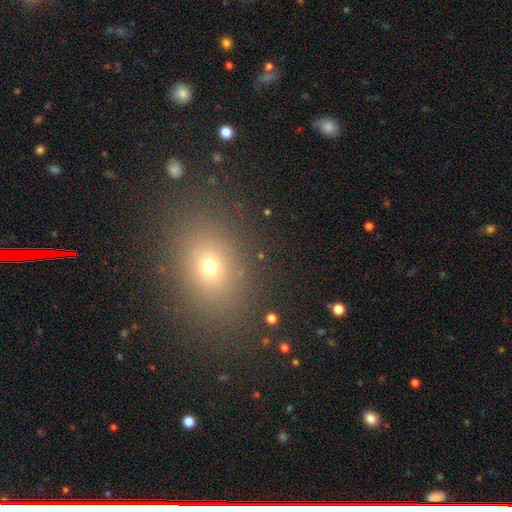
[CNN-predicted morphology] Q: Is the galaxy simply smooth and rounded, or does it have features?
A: smooth — 58%.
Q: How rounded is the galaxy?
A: in between — 61%.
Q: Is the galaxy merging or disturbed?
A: none — 88%.